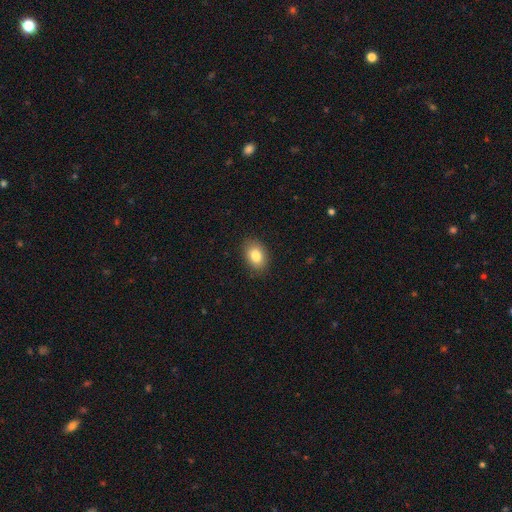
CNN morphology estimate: smooth_or_featured: smooth (p=0.83) [alt: featured or disk p=0.09]
how_rounded: in between (p=0.76) [alt: round p=0.23]
merging: none (p=0.87) [alt: minor disturbance p=0.10]